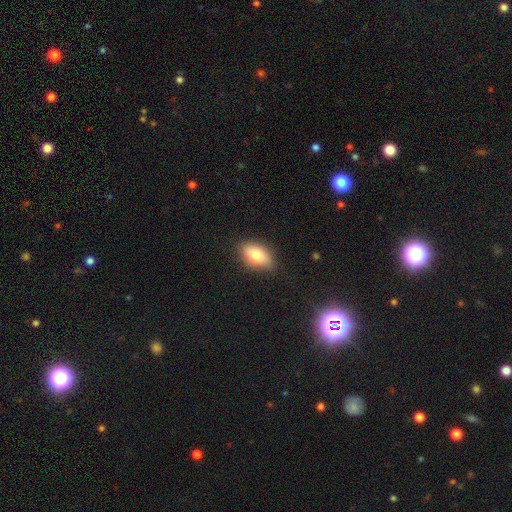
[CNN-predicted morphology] Smooth or featured? smooth (75%)
How rounded? in between (88%)
Merging? none (82%)